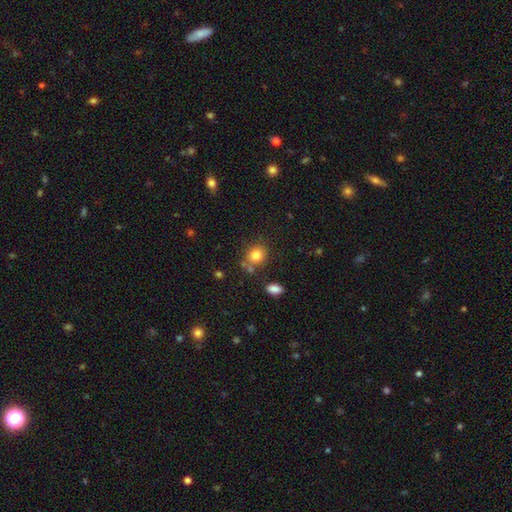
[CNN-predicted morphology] smooth-or-featured: smooth: 82% | star or artifact: 11% | featured or disk: 7%
  how-rounded: round: 75% | in between: 24% | cigar-shaped: 1%
  merging: none: 71% | minor disturbance: 13% | merger: 12% | major disturbance: 4%